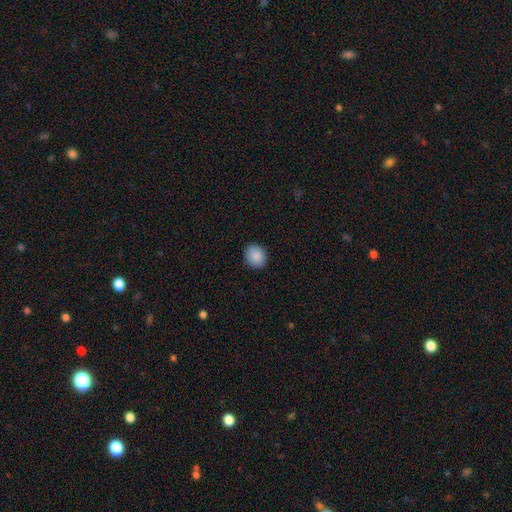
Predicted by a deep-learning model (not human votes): The model was most divided on "how rounded": round: 57%, in between: 42%, cigar-shaped: 1%. More confident: smooth or featured — smooth (89%); merging — none (89%).